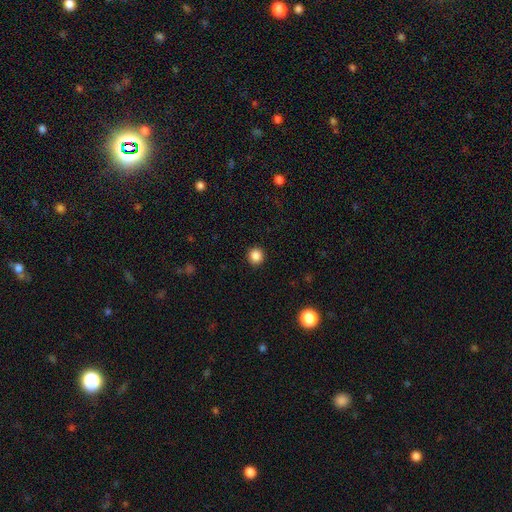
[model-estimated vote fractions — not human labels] The model was most divided on "smooth or featured": smooth: 86%, star or artifact: 11%, featured or disk: 3%. More confident: how rounded — round (93%); merging — none (92%).